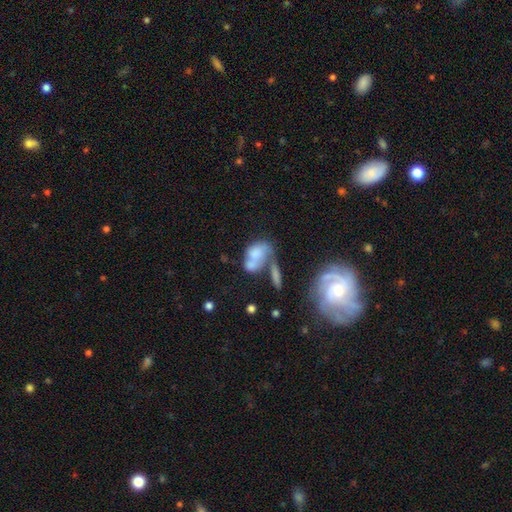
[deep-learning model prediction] Smooth or featured?
  - smooth: 60% *
  - featured or disk: 30%
  - star or artifact: 10%
How rounded?
  - in between: 81% *
  - round: 16%
  - cigar-shaped: 3%
Merging?
  - merger: 54% *
  - none: 19%
  - major disturbance: 15%
  - minor disturbance: 13%